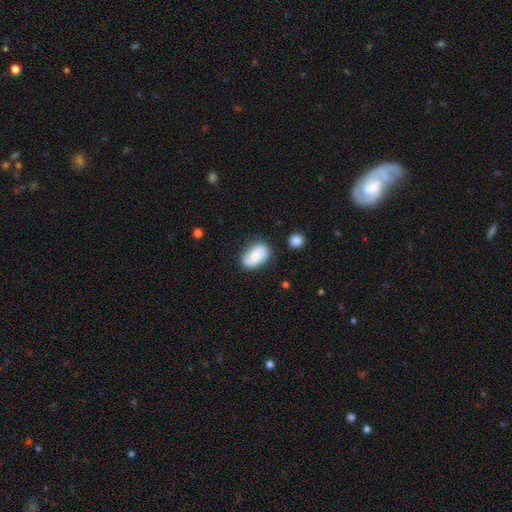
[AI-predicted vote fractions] The model was most divided on "smooth or featured": smooth: 53%, featured or disk: 40%, star or artifact: 7%. More confident: how rounded — in between (86%); merging — none (72%).